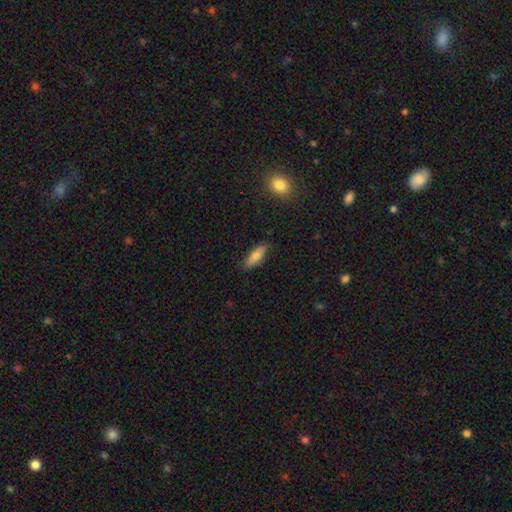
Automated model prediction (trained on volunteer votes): Smooth or featured?
  - smooth: 72% *
  - featured or disk: 21%
  - star or artifact: 7%
How rounded?
  - in between: 61% *
  - cigar-shaped: 37%
  - round: 2%
Merging?
  - none: 78% *
  - minor disturbance: 18%
  - major disturbance: 3%
  - merger: 1%